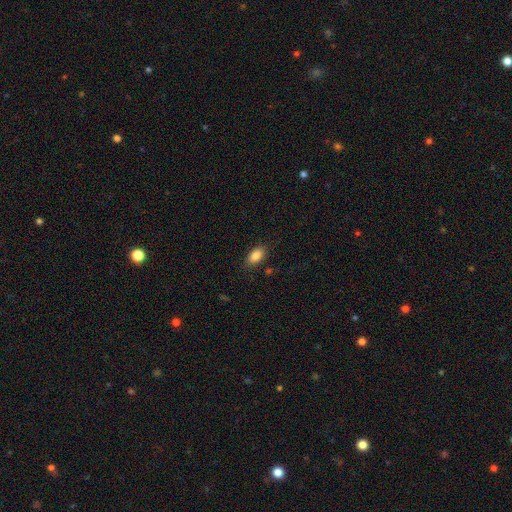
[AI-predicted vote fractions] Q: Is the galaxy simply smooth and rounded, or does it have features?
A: smooth — 86%.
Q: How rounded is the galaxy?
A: in between — 91%.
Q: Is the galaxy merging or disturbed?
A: none — 84%.